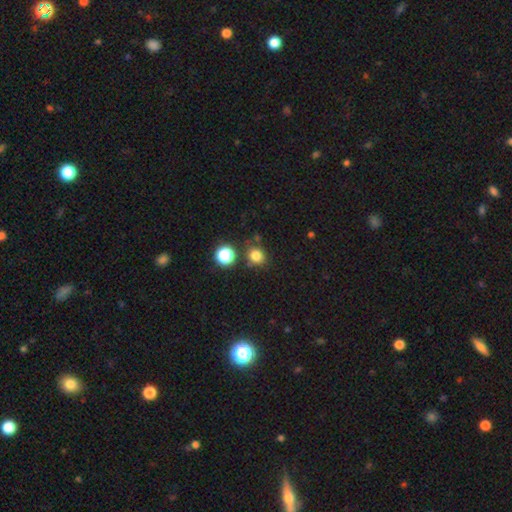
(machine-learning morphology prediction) This appears to be a smooth galaxy with no disk features (80%) that is round (77%). Merging: none (76%).